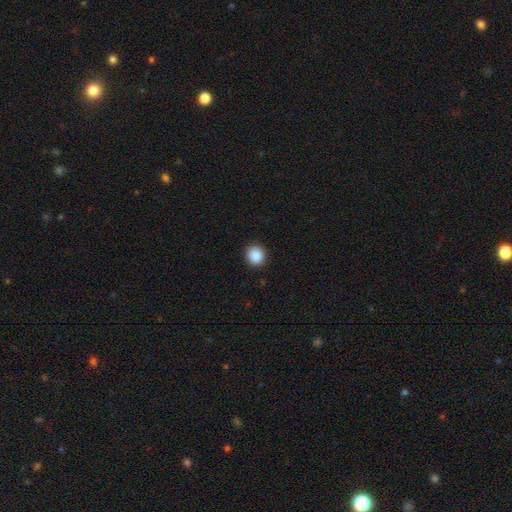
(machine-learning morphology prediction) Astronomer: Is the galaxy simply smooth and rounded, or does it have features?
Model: smooth — 88%.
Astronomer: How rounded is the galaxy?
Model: round — 87%.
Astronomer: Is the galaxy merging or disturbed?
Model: none — 92%.